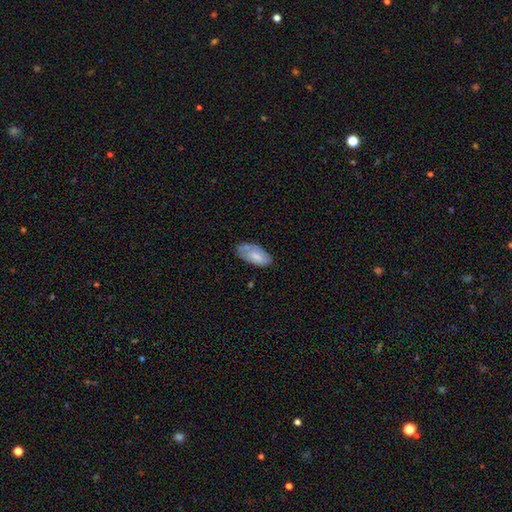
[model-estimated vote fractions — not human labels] smooth_or_featured: smooth (p=0.68) [alt: featured or disk p=0.25]
how_rounded: in between (p=0.92) [alt: cigar-shaped p=0.05]
merging: none (p=0.56) [alt: minor disturbance p=0.31]